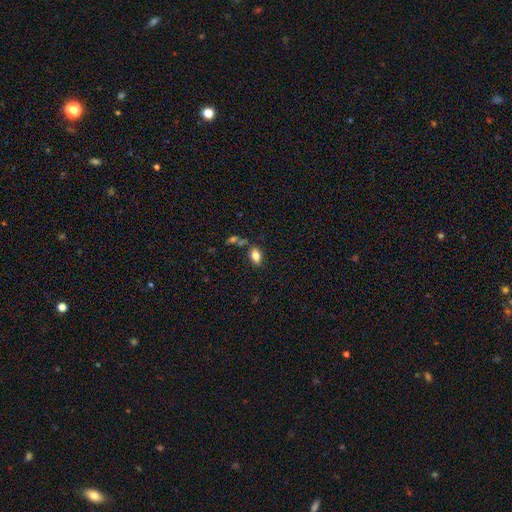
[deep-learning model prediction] This appears to be a smooth galaxy with no disk features (80%) that is in between round and cigar-shaped (86%). Merging: none (68%).